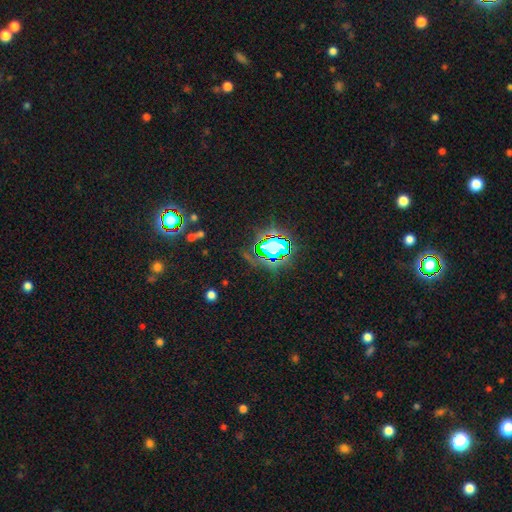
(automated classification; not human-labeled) Smooth or featured? Predicted: star or artifact (p=0.82).